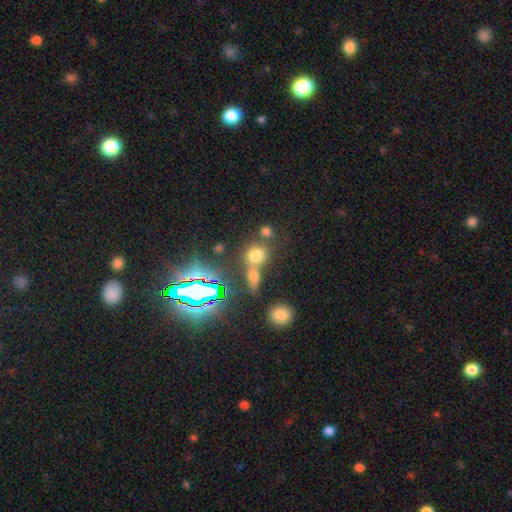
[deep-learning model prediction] Smooth or featured?
  - smooth: 64% *
  - star or artifact: 26%
  - featured or disk: 10%
How rounded?
  - round: 72% *
  - in between: 26%
  - cigar-shaped: 3%
Merging?
  - none: 52% *
  - merger: 34%
  - minor disturbance: 9%
  - major disturbance: 5%